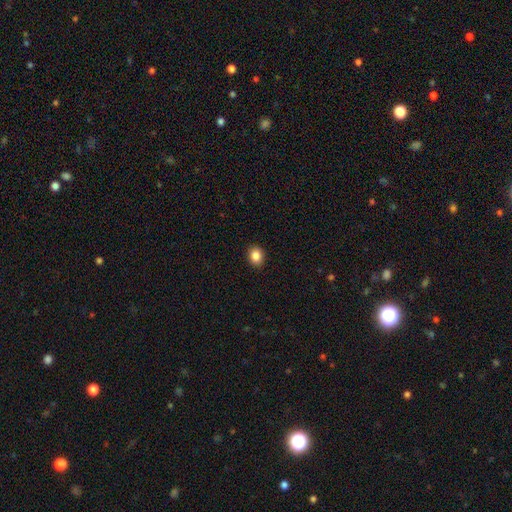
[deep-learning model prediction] Smooth or featured: smooth — 87% (star or artifact — 9%)
How rounded: in between — 52% (round — 47%)
Merging: none — 90% (minor disturbance — 7%)